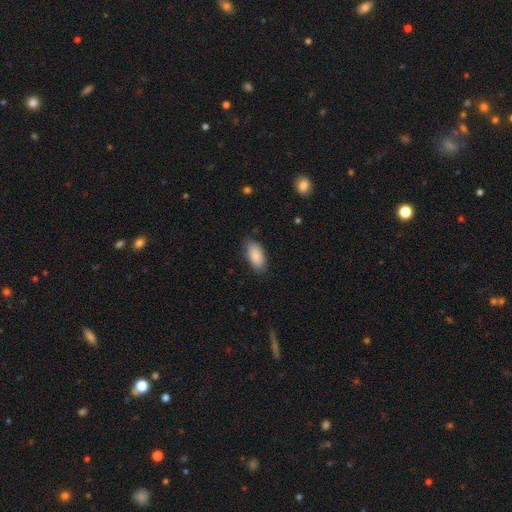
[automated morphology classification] This appears to be a smooth galaxy with no disk features (88%) that is in between round and cigar-shaped (92%). Merging: none (82%).